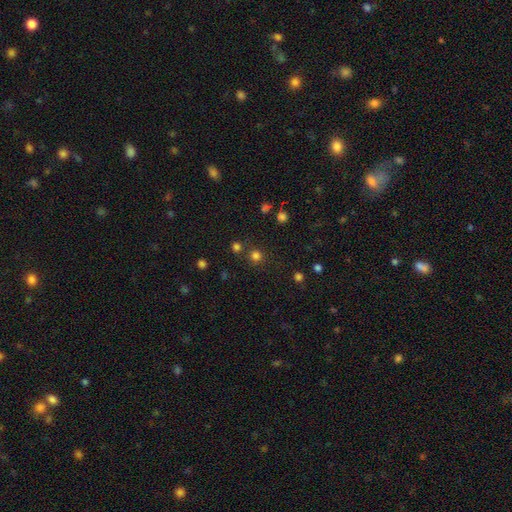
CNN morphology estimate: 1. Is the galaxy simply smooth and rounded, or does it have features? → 75% smooth, 20% star or artifact, 5% featured or disk.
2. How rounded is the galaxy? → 93% round, 6% in between, 1% cigar-shaped.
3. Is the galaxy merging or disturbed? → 80% none, 10% merger, 7% minor disturbance, 3% major disturbance.